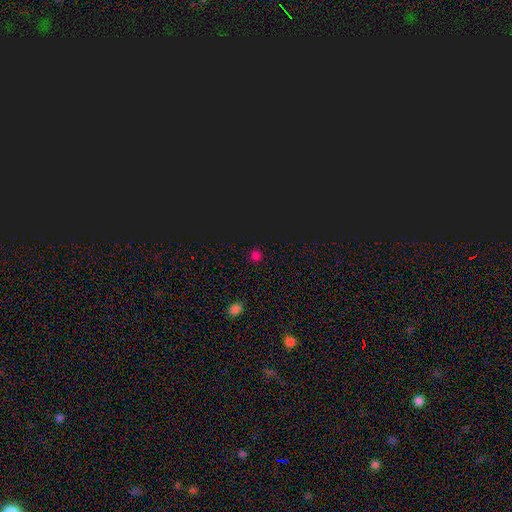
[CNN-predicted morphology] smooth_or_featured: smooth (p=0.62) [alt: star or artifact p=0.34]
how_rounded: round (p=0.93) [alt: in between p=0.06]
merging: none (p=0.90) [alt: minor disturbance p=0.06]